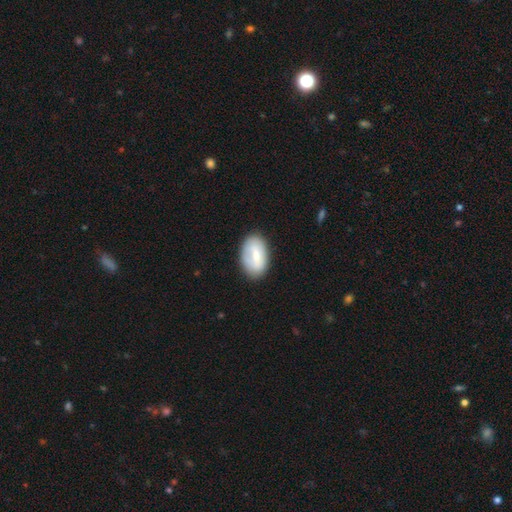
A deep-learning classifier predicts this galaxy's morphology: A smooth galaxy with no disk features (65%) that is in between round and cigar-shaped (92%). Merging: none (78%).